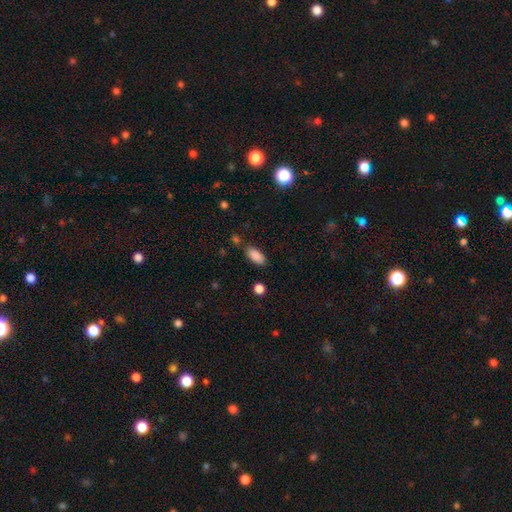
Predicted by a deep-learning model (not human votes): A smooth galaxy with no disk features (88%) that is in between round and cigar-shaped (89%). Merging: none (79%).